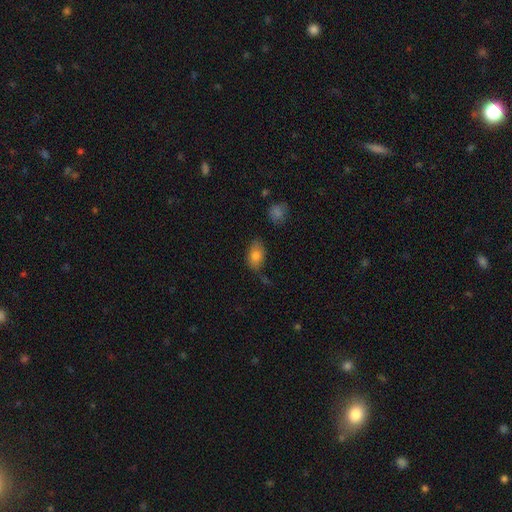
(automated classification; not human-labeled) smooth_or_featured: smooth (p=0.80) [alt: featured or disk p=0.11]
how_rounded: in between (p=0.89) [alt: round p=0.09]
merging: none (p=0.68) [alt: minor disturbance p=0.22]